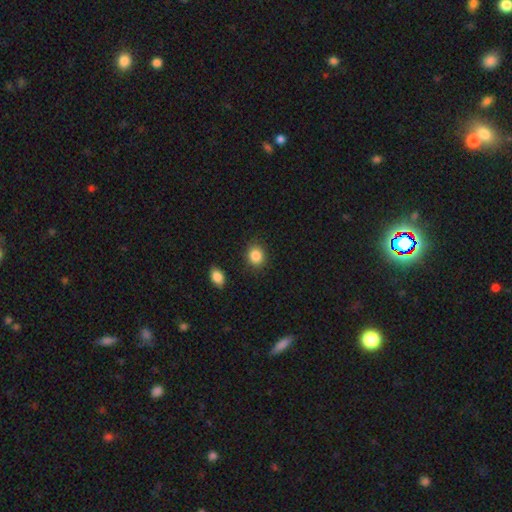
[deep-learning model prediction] Overall: smooth (86%). How rounded: round (68%; in between 32%). Merging: none (86%).